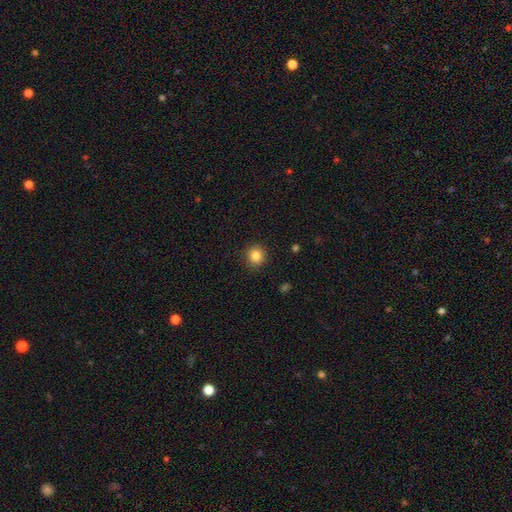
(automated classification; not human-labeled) Q: Smooth or featured?
A: smooth (83%); runner-up: star or artifact (11%)
Q: How rounded?
A: round (93%); runner-up: in between (6%)
Q: Merging?
A: none (92%); runner-up: minor disturbance (5%)